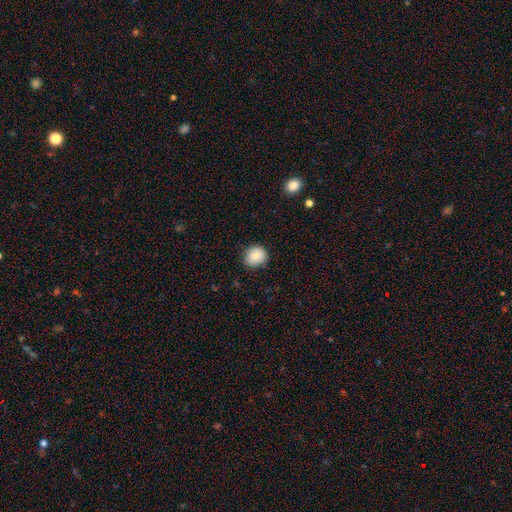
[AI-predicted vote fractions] smooth-or-featured: smooth: 84% | star or artifact: 9% | featured or disk: 7%
  how-rounded: round: 78% | in between: 21% | cigar-shaped: 1%
  merging: none: 81% | minor disturbance: 15% | major disturbance: 3% | merger: 1%